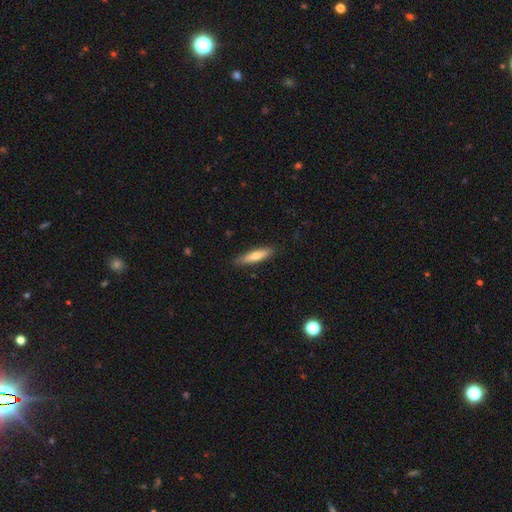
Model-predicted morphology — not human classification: Smooth or featured?
  - smooth: 66% *
  - featured or disk: 28%
  - star or artifact: 6%
How rounded?
  - cigar-shaped: 79% *
  - in between: 19%
  - round: 2%
Merging?
  - none: 86% *
  - minor disturbance: 11%
  - major disturbance: 2%
  - merger: 1%